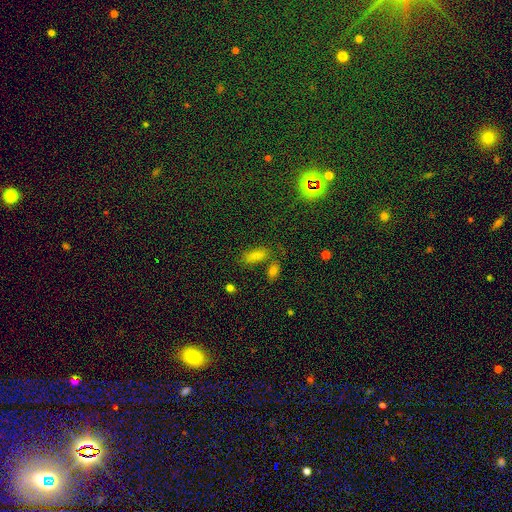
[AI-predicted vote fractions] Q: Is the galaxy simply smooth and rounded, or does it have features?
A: smooth — 77%.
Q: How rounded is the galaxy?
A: in between — 76%.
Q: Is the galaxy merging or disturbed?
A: none — 62%.